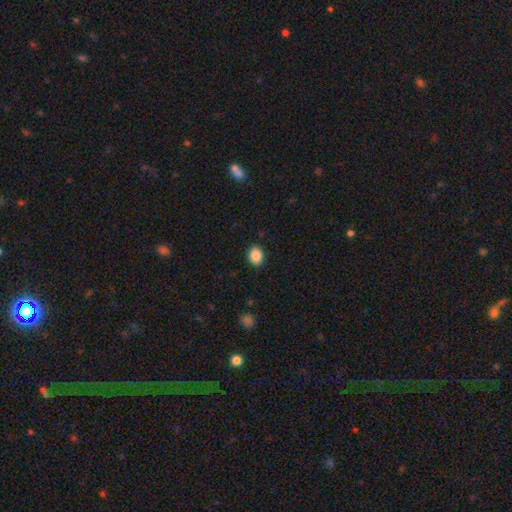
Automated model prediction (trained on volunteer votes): A smooth galaxy with no disk features (87%) that is round (54%). Merging: none (91%).